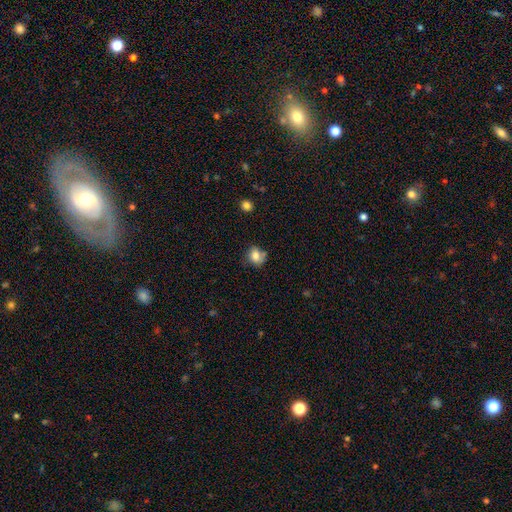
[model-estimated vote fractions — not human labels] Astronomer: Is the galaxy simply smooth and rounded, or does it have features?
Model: smooth — 77%.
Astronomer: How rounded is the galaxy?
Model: round — 66%.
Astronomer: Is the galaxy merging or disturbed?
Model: none — 54%.